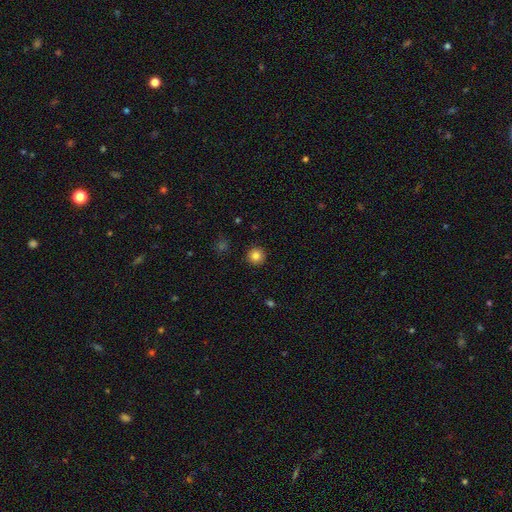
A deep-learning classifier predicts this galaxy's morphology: Overall: smooth (84%). How rounded: round (95%). Merging: none (93%).